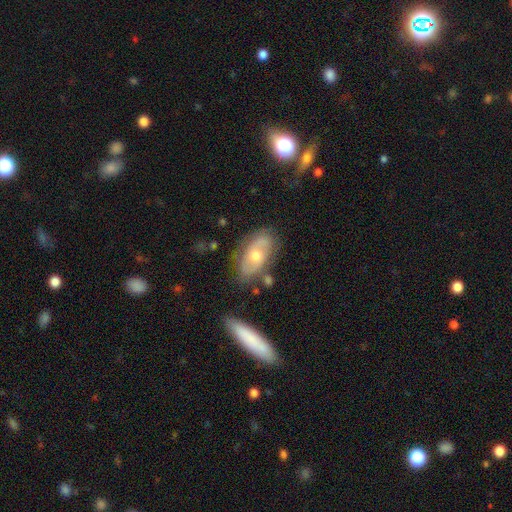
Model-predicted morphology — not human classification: A featured or disk galaxy (59%) with no bar (73%), spiral arms (64%) and a moderate central bulge (69%).

Vote fractions:
- Smooth or featured? featured or disk: 59% / smooth: 34% / star or artifact: 7%
- Edge-on disk? no: 89% / yes: 11%
- Bar? no: 73% / weak: 21% / strong: 6%
- Spiral arms? yes: 64% / no: 36%
- Bulge size? moderate: 69% / small: 23% / large: 5% / none: 1% / dominant: 1%
- Merging? none: 69% / minor disturbance: 18% / major disturbance: 6% / merger: 6%